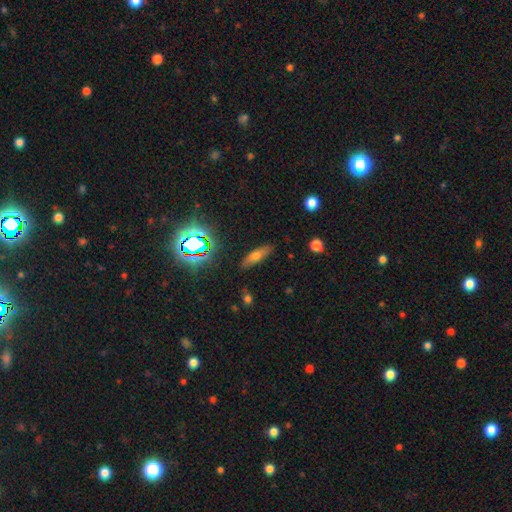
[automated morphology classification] This is possibly a smooth galaxy (57%). How rounded: possibly cigar-shaped (51%). Merging: clearly none (85%).